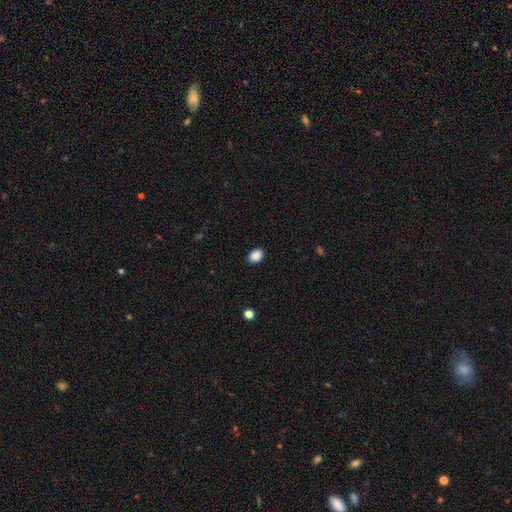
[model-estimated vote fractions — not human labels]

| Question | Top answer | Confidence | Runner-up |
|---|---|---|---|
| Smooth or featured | smooth | 89% | star or artifact (8%) |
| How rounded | in between | 71% | round (28%) |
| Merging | none | 91% | minor disturbance (7%) |